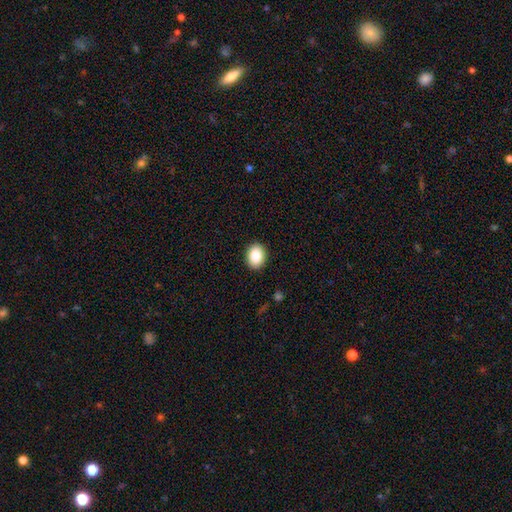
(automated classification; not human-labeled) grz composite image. It shows a smooth galaxy with no disk features (87%) that is in between round and cigar-shaped (68%). Merging: none (90%).